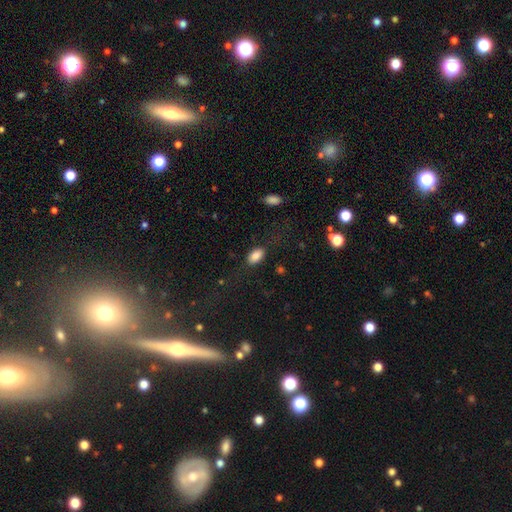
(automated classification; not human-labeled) Morphology: type=smooth (85%); roundness=in between (92%); merging=none (77%).